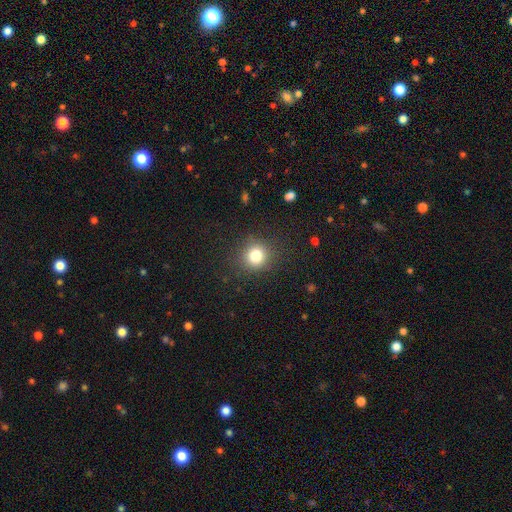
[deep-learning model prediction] Overall: smooth (81%). How rounded: round (88%). Merging: none (86%).